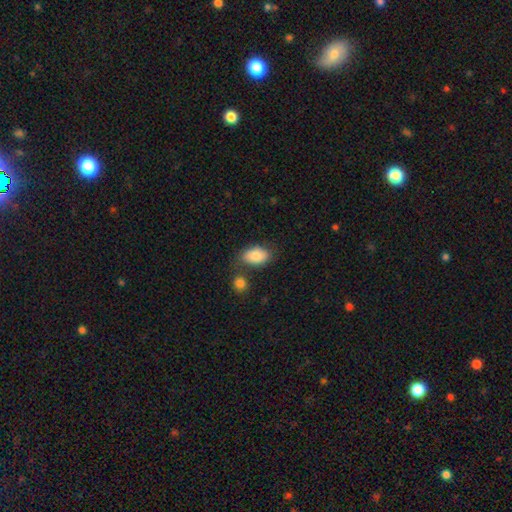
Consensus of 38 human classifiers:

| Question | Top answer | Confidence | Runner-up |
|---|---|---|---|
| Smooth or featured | smooth | 95% | star or artifact (5%) |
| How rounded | in between | 94% | round (6%) |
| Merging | none | 75% | minor disturbance (14%) |